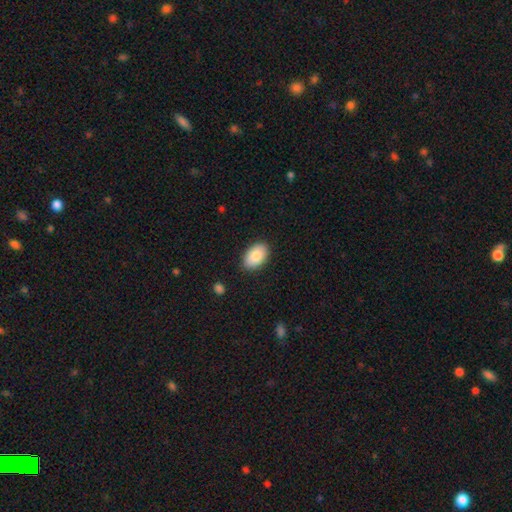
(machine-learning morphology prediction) Q: Smooth or featured?
A: smooth (86%); runner-up: featured or disk (8%)
Q: How rounded?
A: in between (93%); runner-up: round (6%)
Q: Merging?
A: none (87%); runner-up: minor disturbance (10%)